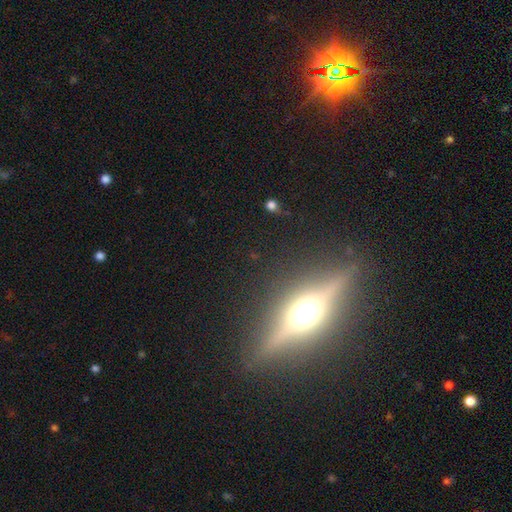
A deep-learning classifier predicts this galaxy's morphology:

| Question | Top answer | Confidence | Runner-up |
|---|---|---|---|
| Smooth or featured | featured or disk | 83% | smooth (9%) |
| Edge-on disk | yes | 97% | no (3%) |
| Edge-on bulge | rounded | 94% | boxy (4%) |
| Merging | none | 91% | minor disturbance (6%) |